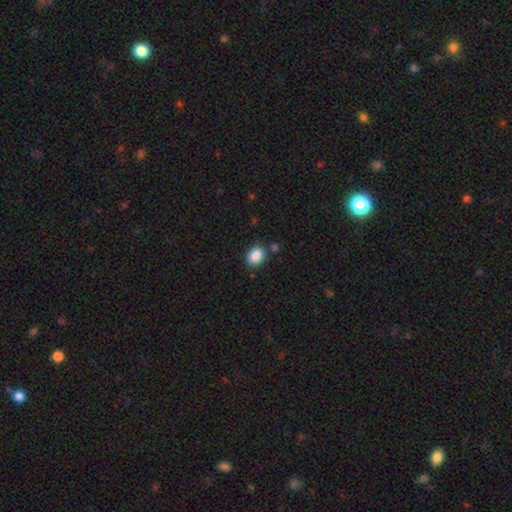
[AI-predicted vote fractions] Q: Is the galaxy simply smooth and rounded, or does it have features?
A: smooth — 88%.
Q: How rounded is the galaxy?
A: in between — 62%.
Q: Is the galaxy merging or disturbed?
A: none — 80%.